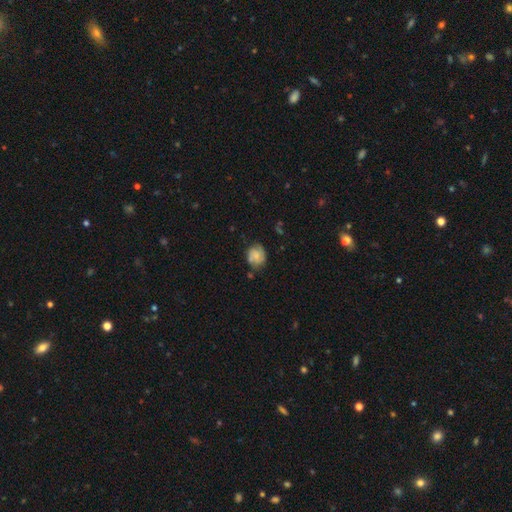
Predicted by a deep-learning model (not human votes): Smooth or featured? Predicted: smooth (p=0.61). How rounded? Predicted: round (p=0.68). Merging? Predicted: none (p=0.63).